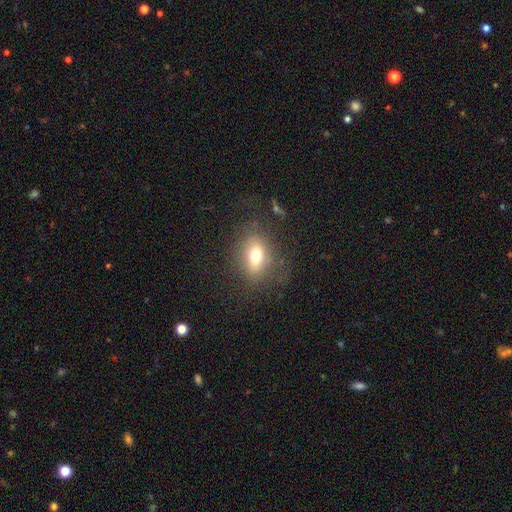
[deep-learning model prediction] smooth 69%, featured or disk 19%, star or artifact 12%. Down the decision tree: how rounded — in between (64%); merging — none (73%).